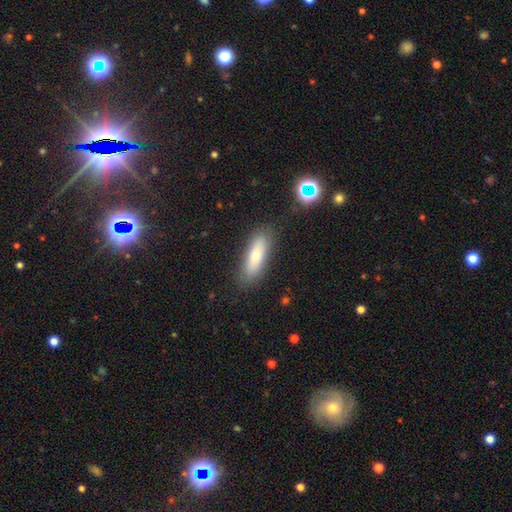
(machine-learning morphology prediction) Overall: smooth (71%). How rounded: in between (51%; cigar-shaped 47%). Merging: none (83%).